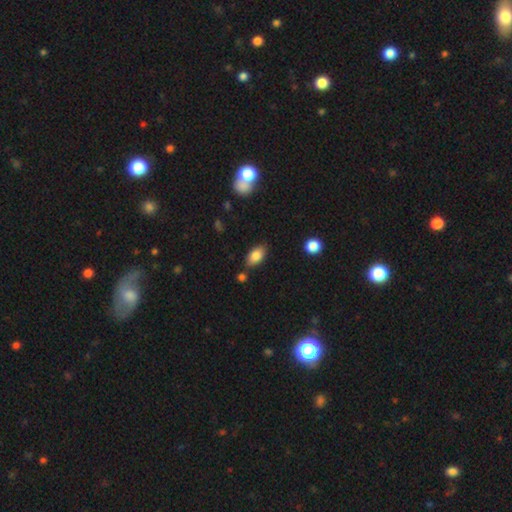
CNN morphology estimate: type=smooth (82%); roundness=in between (91%); merging=none (76%).